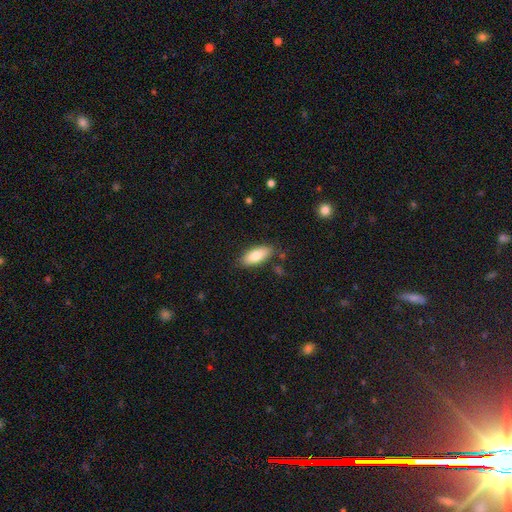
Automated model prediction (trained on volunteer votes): smooth-or-featured: smooth: 79% | featured or disk: 14% | star or artifact: 6%
  how-rounded: in between: 81% | cigar-shaped: 17% | round: 2%
  merging: none: 83% | minor disturbance: 12% | major disturbance: 2% | merger: 2%